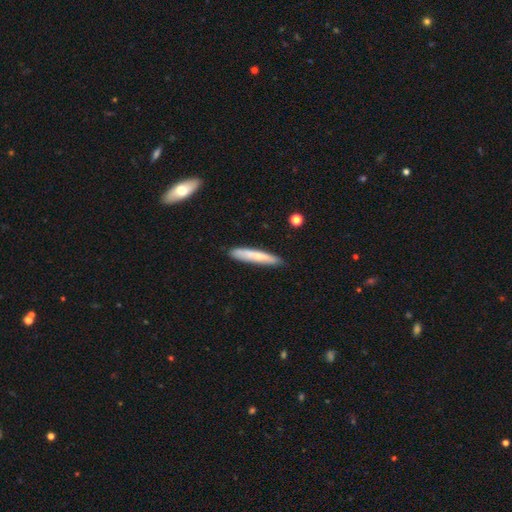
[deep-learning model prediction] Smooth or featured? Predicted: smooth (p=0.62). How rounded? Predicted: cigar-shaped (p=0.92). Merging? Predicted: none (p=0.86).